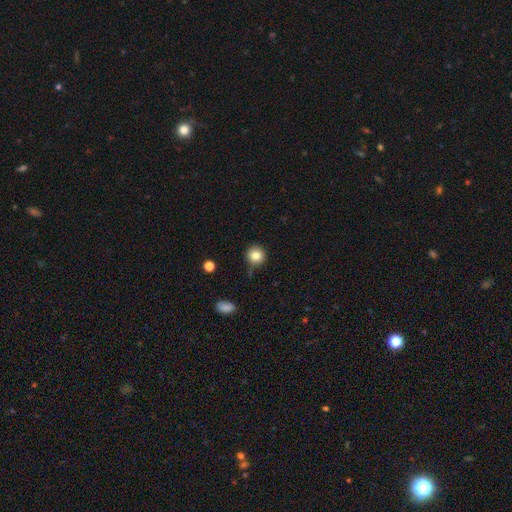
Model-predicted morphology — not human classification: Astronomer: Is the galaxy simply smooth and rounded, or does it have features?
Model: smooth — 83%.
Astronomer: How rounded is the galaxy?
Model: round — 92%.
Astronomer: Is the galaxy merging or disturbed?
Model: none — 78%.